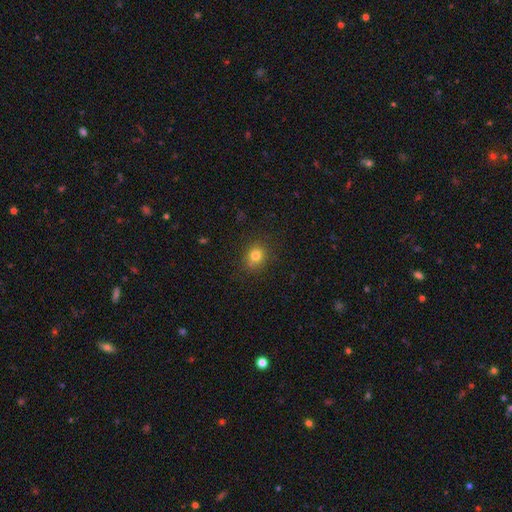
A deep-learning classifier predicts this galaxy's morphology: A smooth galaxy with no disk features (80%) that is round (66%).

Vote fractions:
- Smooth or featured? smooth: 80% / star or artifact: 12% / featured or disk: 7%
- How rounded? round: 66% / in between: 33% / cigar-shaped: 1%
- Merging? none: 85% / minor disturbance: 11% / major disturbance: 3% / merger: 1%